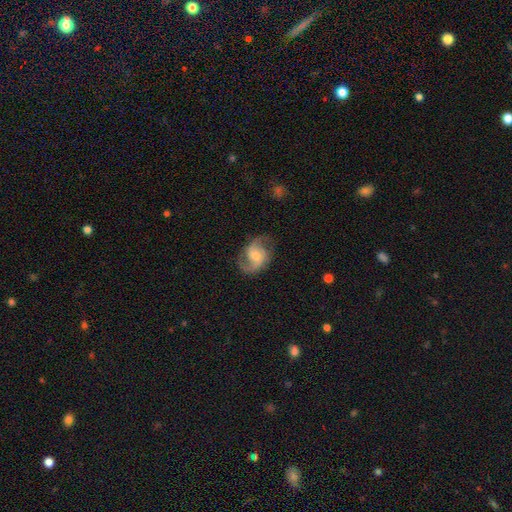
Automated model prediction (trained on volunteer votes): The model was most divided on "bar": weak: 46%, no: 42%, strong: 12%. Remaining: edge-on disk — no (97%); spiral arms — yes (96%); spiral arm count — 2 (86%); smooth or featured — featured or disk (82%); merging — none (73%); spiral winding — medium (50%); bulge size — moderate (49%).